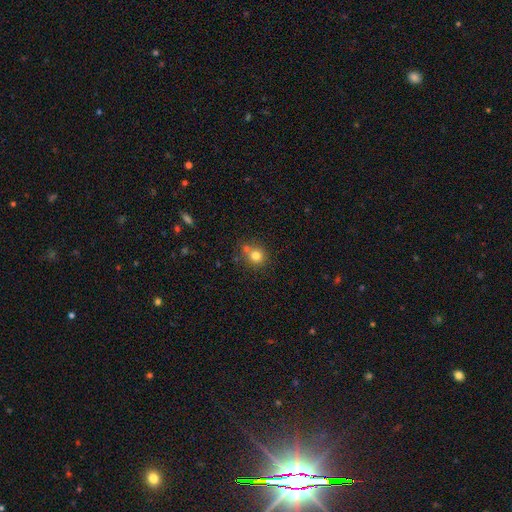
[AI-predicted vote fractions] Morphology: type=smooth (78%); roundness=round (87%); merging=none (61%).